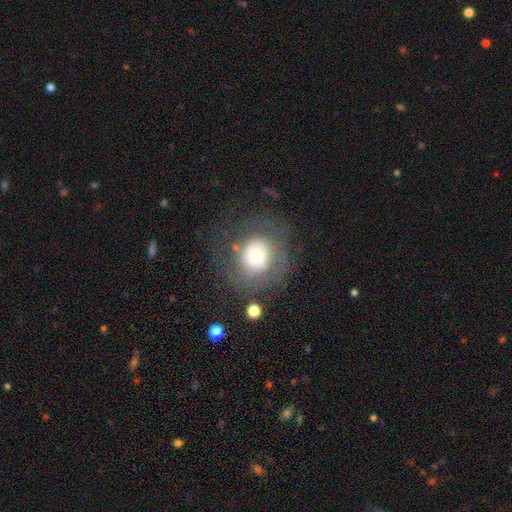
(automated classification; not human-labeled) Morphology: type=smooth (55%); roundness=round (83%); merging=none (58%).